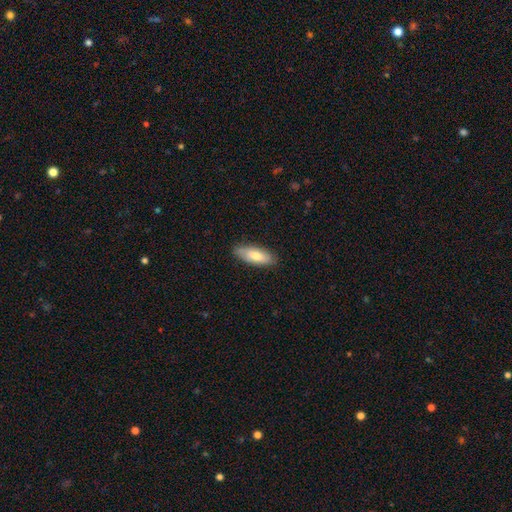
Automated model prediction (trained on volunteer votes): A smooth galaxy with no disk features (73%) that is in between round and cigar-shaped (71%). Merging: none (84%).